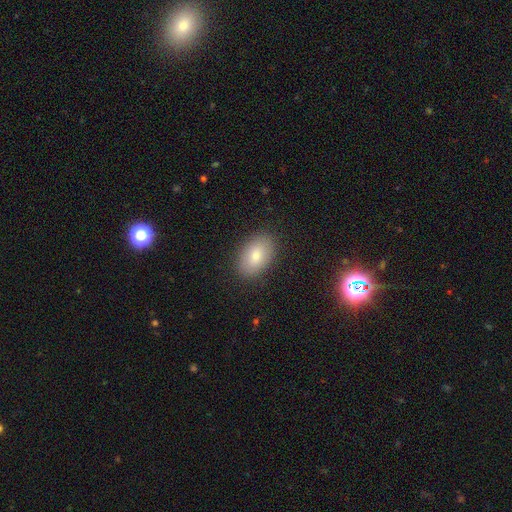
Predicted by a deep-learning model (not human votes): This is likely a smooth galaxy (79%). How rounded: clearly in between (89%). Merging: clearly none (87%).